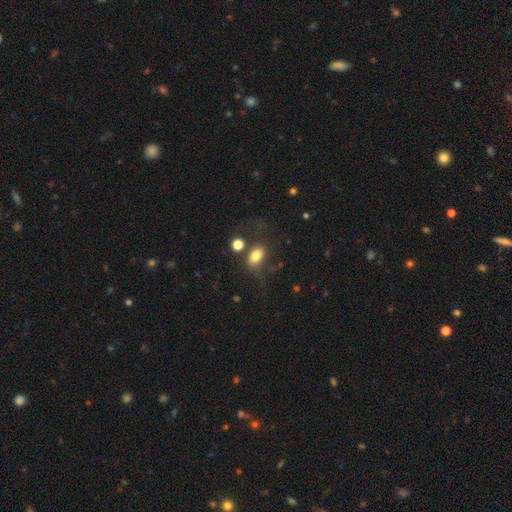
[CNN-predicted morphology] The model was most divided on "merging": none: 54%, minor disturbance: 18%, merger: 14%, major disturbance: 14%. More confident: smooth or featured — smooth (77%); how rounded — in between (76%).